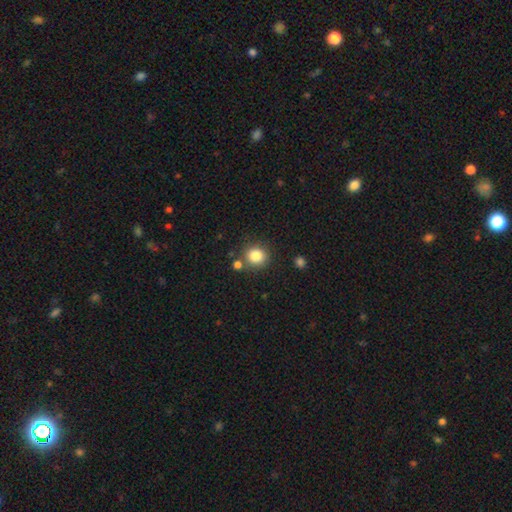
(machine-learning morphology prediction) A smooth galaxy with no disk features (84%) that is round (88%).

Vote fractions:
- Smooth or featured? smooth: 84% / star or artifact: 10% / featured or disk: 5%
- How rounded? round: 88% / in between: 11% / cigar-shaped: 1%
- Merging? none: 78% / merger: 10% / minor disturbance: 9% / major disturbance: 3%